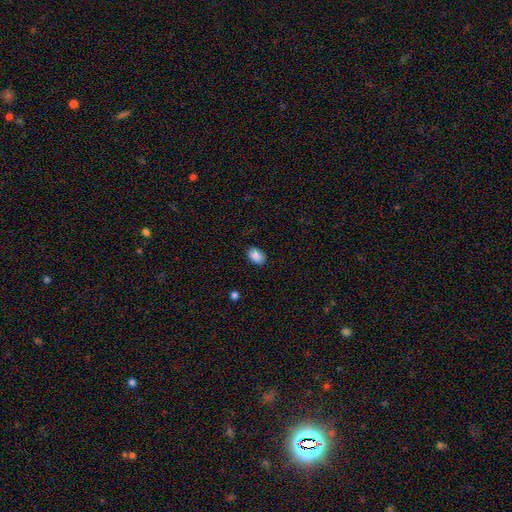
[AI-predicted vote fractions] Q: Smooth or featured?
A: smooth (89%); runner-up: star or artifact (8%)
Q: How rounded?
A: in between (84%); runner-up: round (14%)
Q: Merging?
A: none (85%); runner-up: minor disturbance (12%)